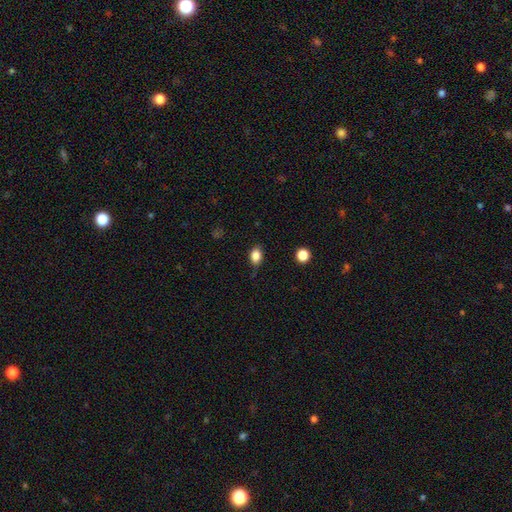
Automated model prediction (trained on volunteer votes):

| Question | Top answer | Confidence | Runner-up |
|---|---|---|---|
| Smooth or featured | smooth | 84% | star or artifact (10%) |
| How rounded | in between | 77% | round (21%) |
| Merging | none | 80% | minor disturbance (15%) |